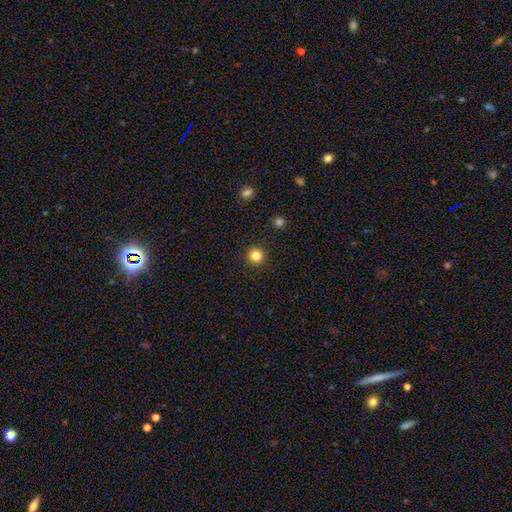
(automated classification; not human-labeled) Smooth or featured? smooth (83%)
How rounded? round (95%)
Merging? none (93%)